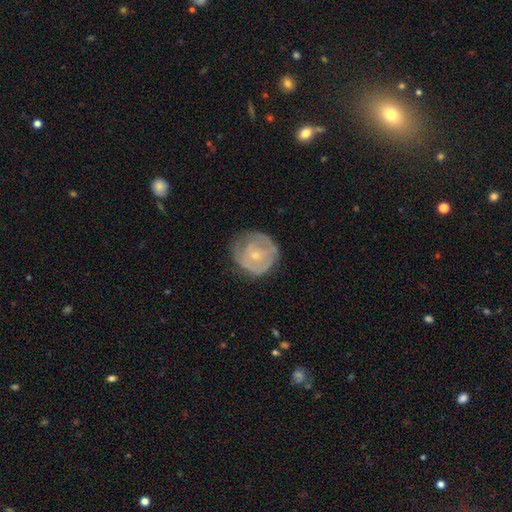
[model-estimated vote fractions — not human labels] A featured or disk galaxy (63%) with no bar (79%), spiral arms (65%) and a small central bulge (75%). Merging: none (65%).